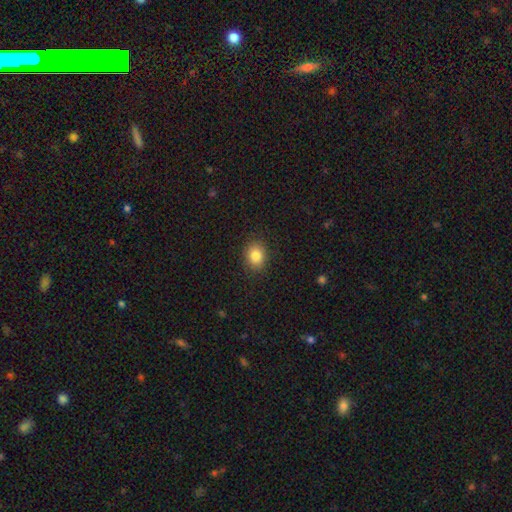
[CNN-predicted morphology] Overall: smooth (84%). How rounded: in between (50%; round 49%). Merging: none (88%).